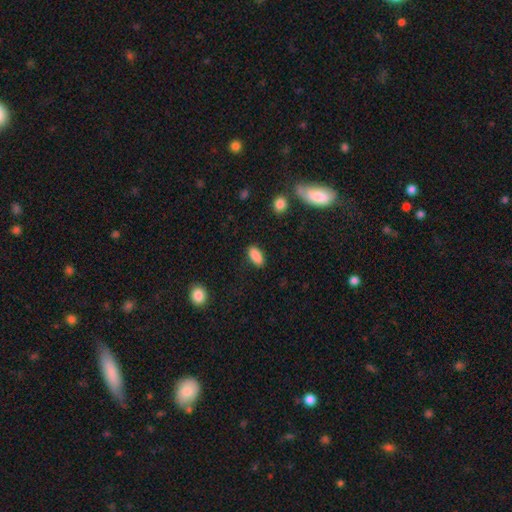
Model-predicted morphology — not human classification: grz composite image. It shows a smooth galaxy with no disk features (87%) that is in between round and cigar-shaped (89%). Merging: none (87%).